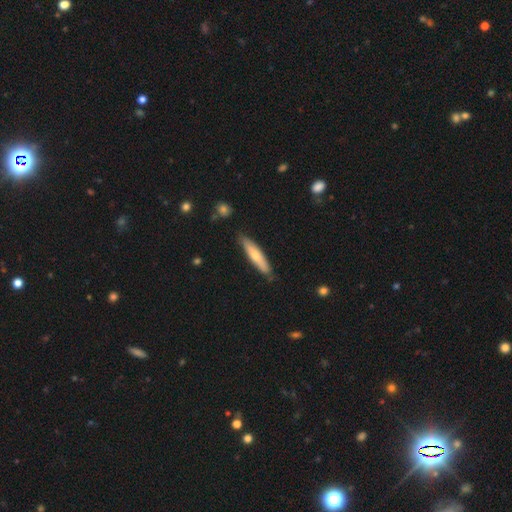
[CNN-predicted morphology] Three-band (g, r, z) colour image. It shows a smooth galaxy with no disk features (63%) that is cigar-shaped (84%). Merging: none (83%).